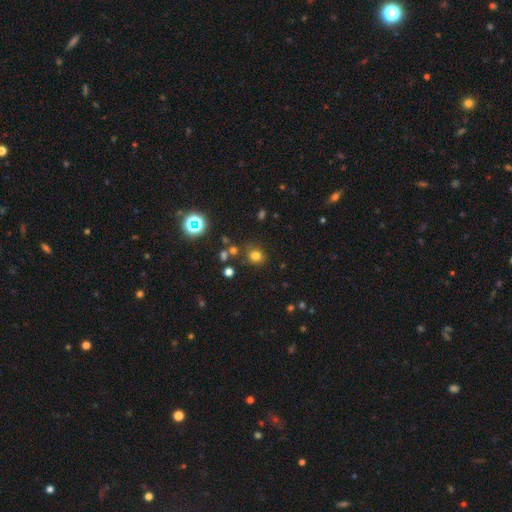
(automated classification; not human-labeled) Overall: smooth (74%). How rounded: round (79%). Merging: none (79%).